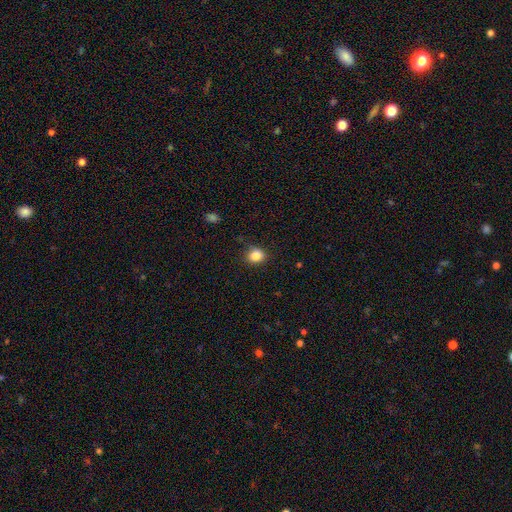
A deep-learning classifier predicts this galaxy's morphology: Smooth or featured? Predicted: smooth (p=0.85). How rounded? Predicted: round (p=0.72). Merging? Predicted: none (p=0.85).